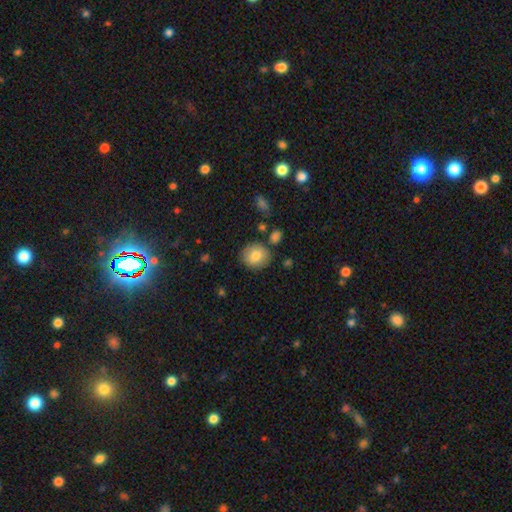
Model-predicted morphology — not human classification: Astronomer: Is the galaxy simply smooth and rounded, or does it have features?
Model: smooth — 80%.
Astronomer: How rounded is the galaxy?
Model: round — 78%.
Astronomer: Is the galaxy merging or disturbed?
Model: none — 80%.